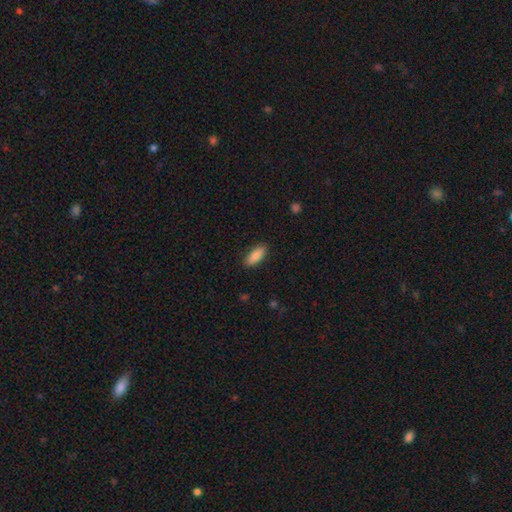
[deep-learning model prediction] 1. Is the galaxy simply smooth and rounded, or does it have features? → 88% smooth, 6% featured or disk, 6% star or artifact.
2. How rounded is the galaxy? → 78% in between, 20% cigar-shaped, 2% round.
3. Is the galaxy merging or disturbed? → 88% none, 9% minor disturbance, 2% major disturbance, 1% merger.